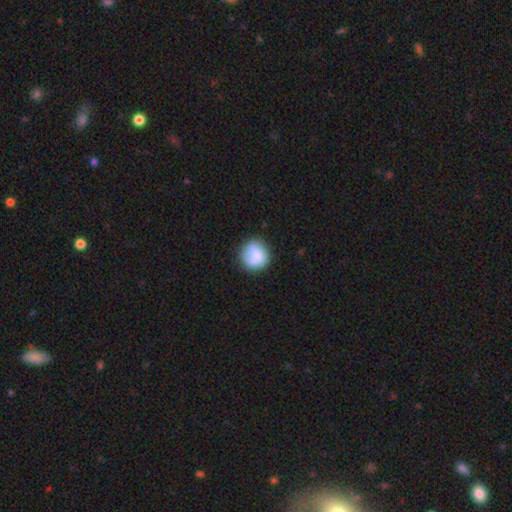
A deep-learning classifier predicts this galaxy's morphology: A smooth galaxy with no disk features (68%) that is round (89%). Merging: none (72%).